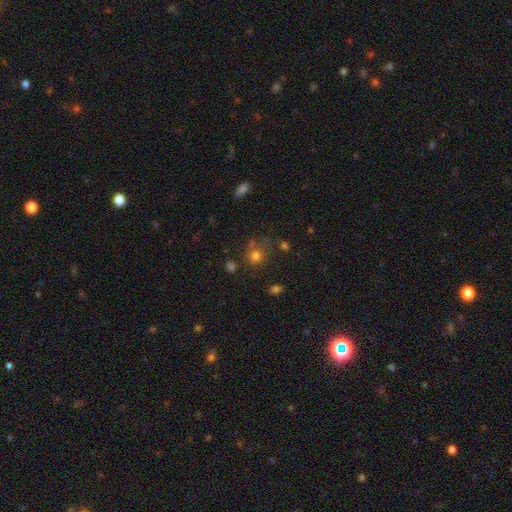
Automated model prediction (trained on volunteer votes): smooth 73%, star or artifact 18%, featured or disk 9%. Down the decision tree: how rounded — round (83%); merging — none (64%).